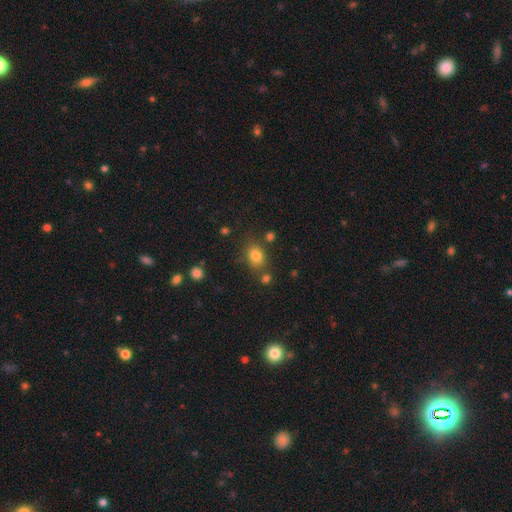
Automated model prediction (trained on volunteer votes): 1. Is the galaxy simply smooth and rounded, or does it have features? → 80% smooth, 13% star or artifact, 7% featured or disk.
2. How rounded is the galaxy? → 50% round, 49% in between, 1% cigar-shaped.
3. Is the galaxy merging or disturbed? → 72% none, 14% minor disturbance, 10% merger, 5% major disturbance.